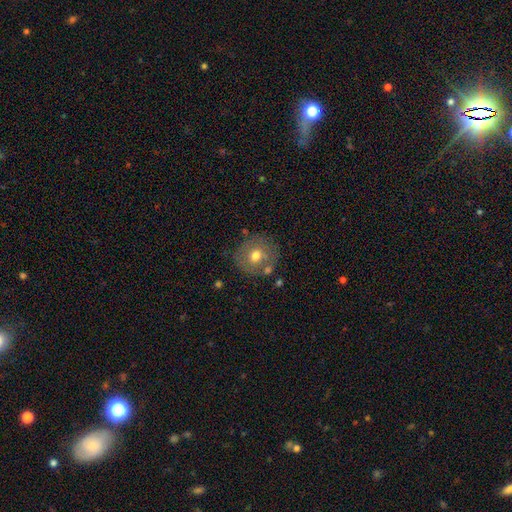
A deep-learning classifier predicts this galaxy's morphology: type=smooth (64%); roundness=round (88%); merging=none (76%).